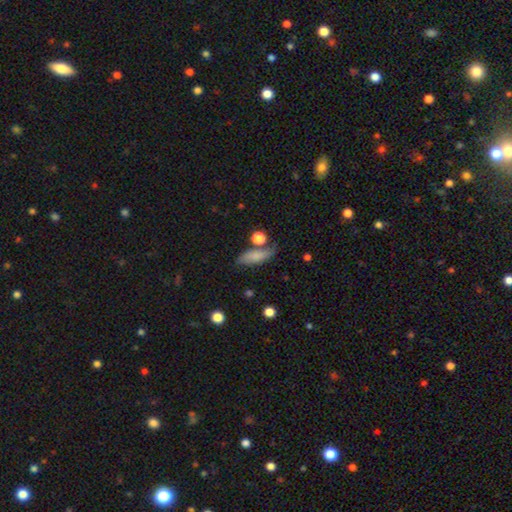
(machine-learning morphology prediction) Smooth or featured: smooth — 77% (featured or disk — 15%)
How rounded: in between — 58% (cigar-shaped — 37%)
Merging: none — 64% (minor disturbance — 19%)